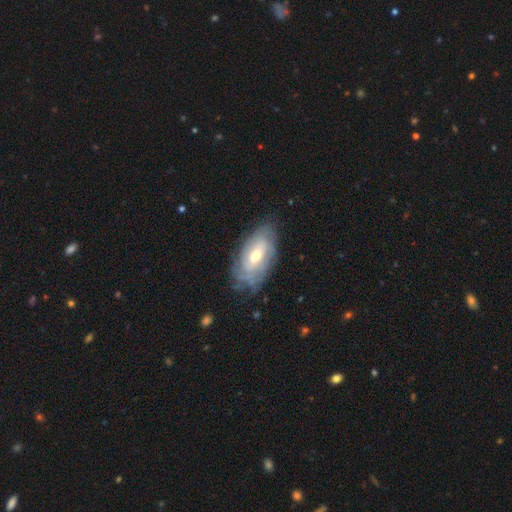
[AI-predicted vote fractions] Smooth or featured?
  - featured or disk: 70% *
  - smooth: 24%
  - star or artifact: 6%
Edge-on disk?
  - no: 91% *
  - yes: 9%
Bar?
  - no: 47% *
  - weak: 41%
  - strong: 12%
Spiral arms?
  - yes: 80% *
  - no: 20%
Spiral winding?
  - tight: 68% *
  - medium: 23%
  - loose: 8%
Spiral arm count?
  - can't tell: 61% *
  - 2: 16%
  - 3: 9%
  - 4: 7%
  - more than 4: 4%
  - 1: 4%
Bulge size?
  - moderate: 61% *
  - small: 34%
  - large: 4%
  - none: 1%
  - dominant: 1%
Merging?
  - none: 70% *
  - minor disturbance: 21%
  - major disturbance: 7%
  - merger: 2%